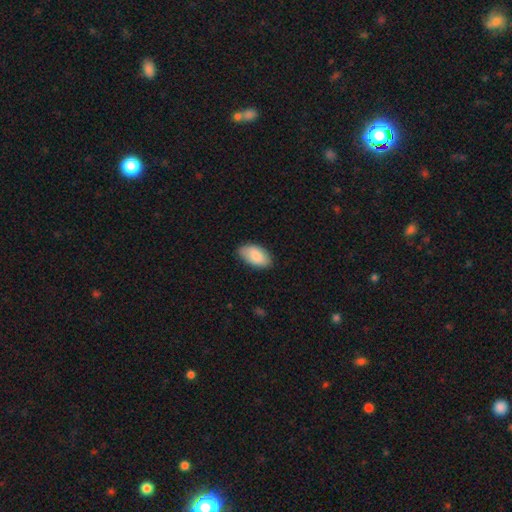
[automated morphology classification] A smooth galaxy with no disk features (86%) that is in between round and cigar-shaped (95%). Merging: none (83%).